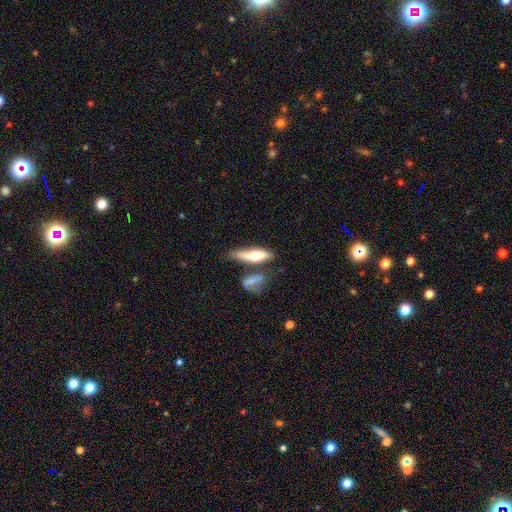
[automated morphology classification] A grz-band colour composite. It shows a smooth galaxy with no disk features (62%) that is cigar-shaped (61%). Merging: none (49%).